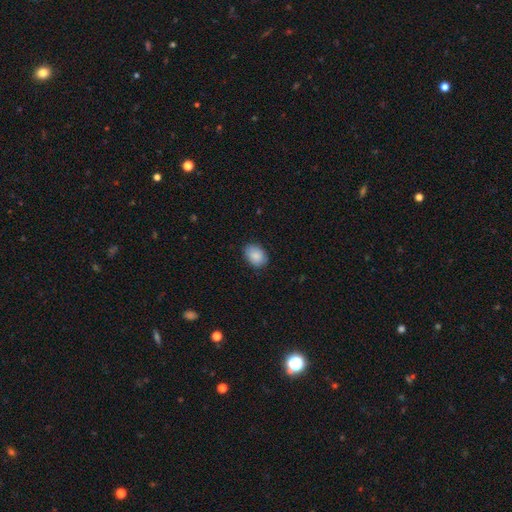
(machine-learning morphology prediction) smooth 87%, star or artifact 7%, featured or disk 7%. Down the decision tree: how rounded — in between (75%); merging — none (81%).